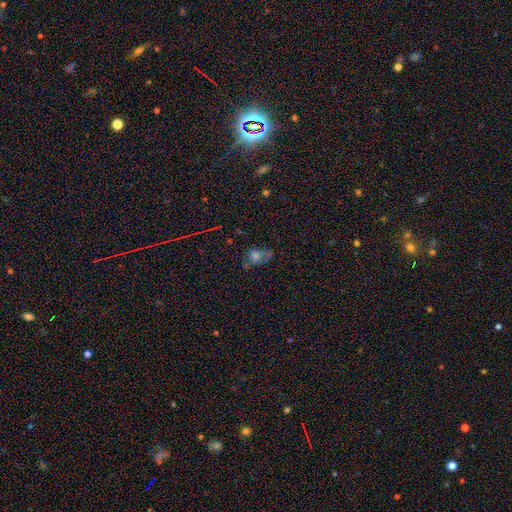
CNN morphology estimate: This appears to be a smooth galaxy with no disk features (44%). Merging: none (40%).